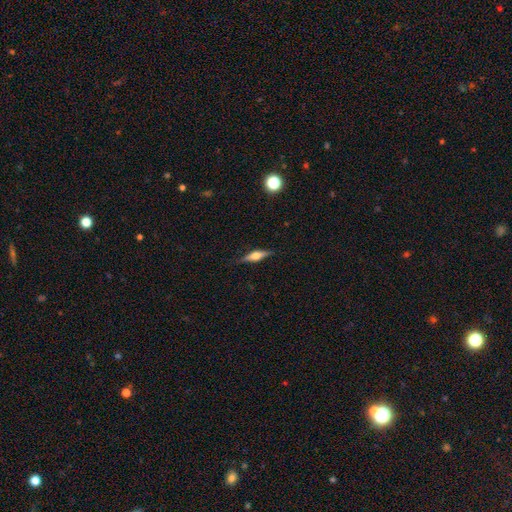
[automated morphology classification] A featured or disk galaxy (64%) viewed edge-on (96%) with a rounded central bulge (89%). Merging: none (85%).